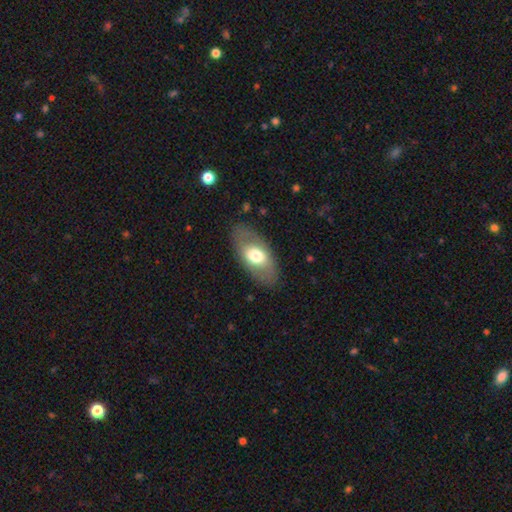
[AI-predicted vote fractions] Smooth or featured? Predicted: smooth (p=0.58). How rounded? Predicted: in between (p=0.91). Merging? Predicted: none (p=0.82).